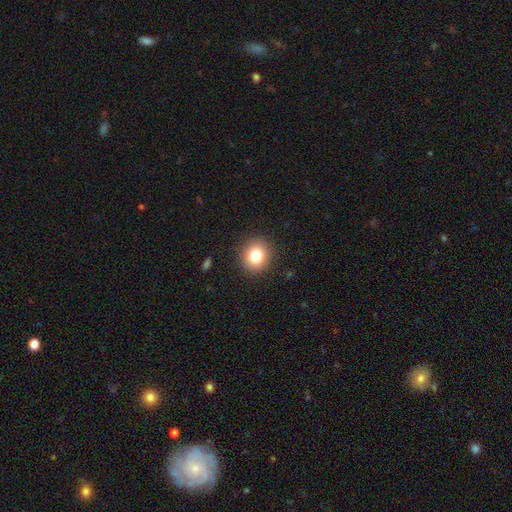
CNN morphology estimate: smooth_or_featured: smooth (p=0.80) [alt: star or artifact p=0.11]
how_rounded: round (p=0.82) [alt: in between p=0.17]
merging: none (p=0.90) [alt: minor disturbance p=0.07]